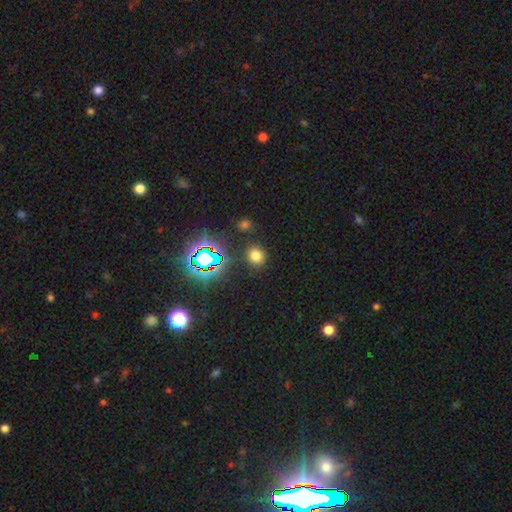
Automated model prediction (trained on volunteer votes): The model was most divided on "smooth or featured": smooth: 69%, star or artifact: 25%, featured or disk: 6%. More confident: merging — none (86%); how rounded — round (82%).